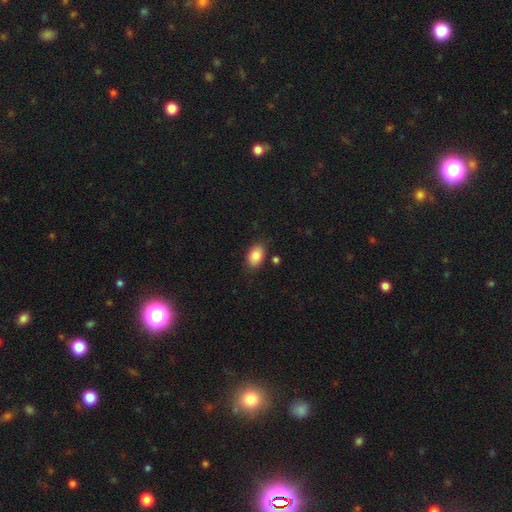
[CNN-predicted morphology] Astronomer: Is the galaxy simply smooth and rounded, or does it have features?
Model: smooth — 85%.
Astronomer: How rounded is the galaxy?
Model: in between — 88%.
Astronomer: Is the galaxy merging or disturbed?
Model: none — 79%.